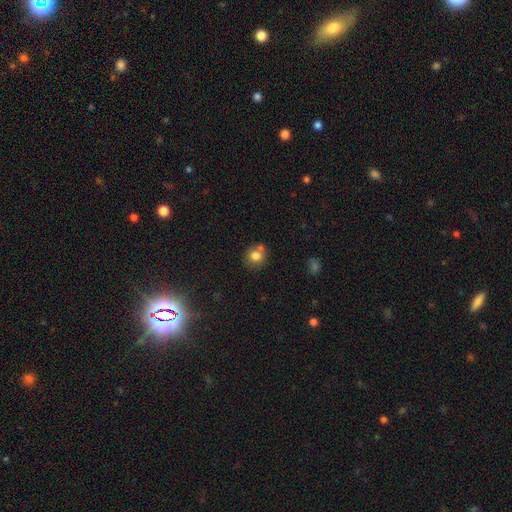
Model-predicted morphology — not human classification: Smooth or featured: smooth — 78% (star or artifact — 11%)
How rounded: round — 87% (in between — 12%)
Merging: none — 62% (merger — 25%)